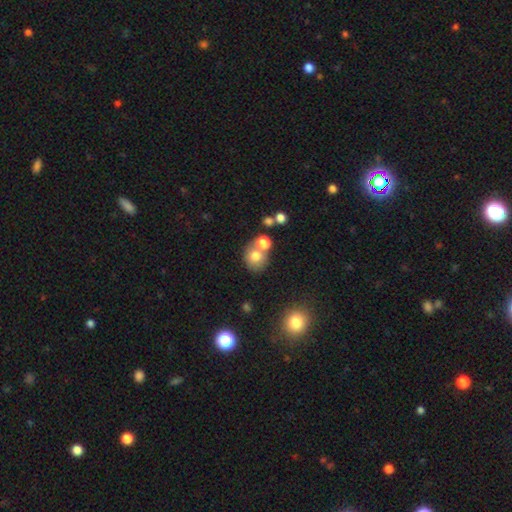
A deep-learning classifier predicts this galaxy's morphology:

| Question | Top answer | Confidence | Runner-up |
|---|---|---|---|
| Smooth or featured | smooth | 74% | featured or disk (14%) |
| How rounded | round | 75% | in between (24%) |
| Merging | none | 48% | merger (38%) |